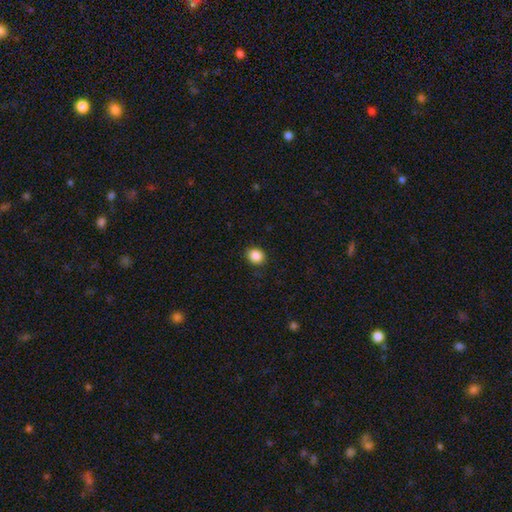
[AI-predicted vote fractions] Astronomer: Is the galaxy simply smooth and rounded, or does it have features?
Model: smooth — 87%.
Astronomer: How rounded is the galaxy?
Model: round — 71%.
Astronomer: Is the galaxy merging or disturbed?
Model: none — 89%.